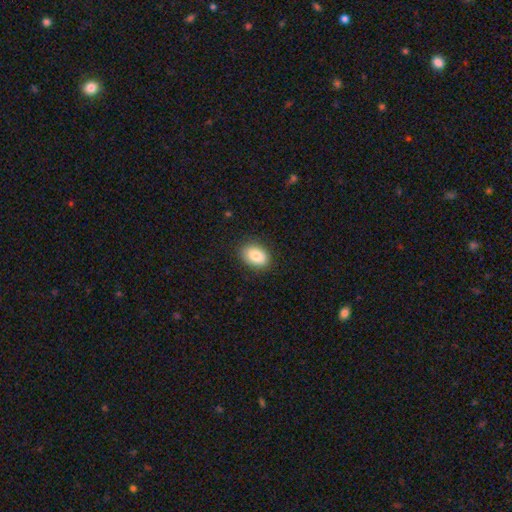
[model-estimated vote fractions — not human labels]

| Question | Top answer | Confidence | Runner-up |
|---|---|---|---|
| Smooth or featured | smooth | 83% | featured or disk (9%) |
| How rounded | in between | 82% | round (17%) |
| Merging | none | 86% | minor disturbance (10%) |